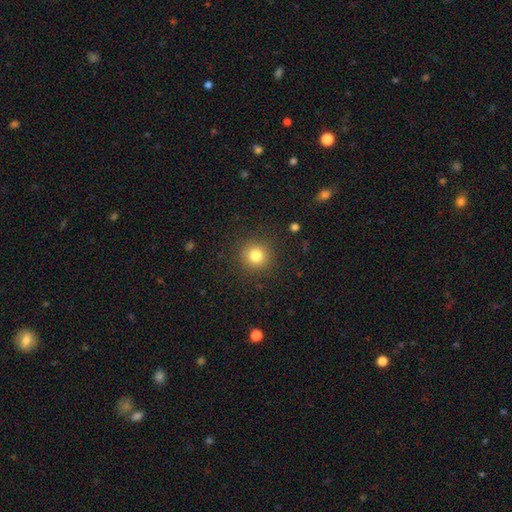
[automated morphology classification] Smooth or featured?
  - smooth: 80% *
  - star or artifact: 13%
  - featured or disk: 7%
How rounded?
  - round: 93% *
  - in between: 6%
  - cigar-shaped: 1%
Merging?
  - none: 90% *
  - minor disturbance: 7%
  - major disturbance: 3%
  - merger: 1%